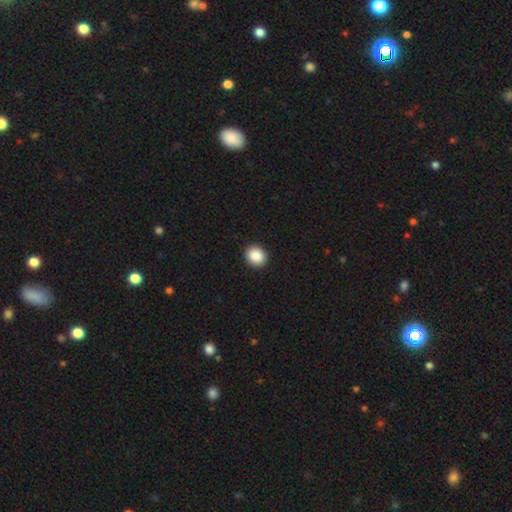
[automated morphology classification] A smooth galaxy with no disk features (89%) that is round (74%). Merging: none (92%).